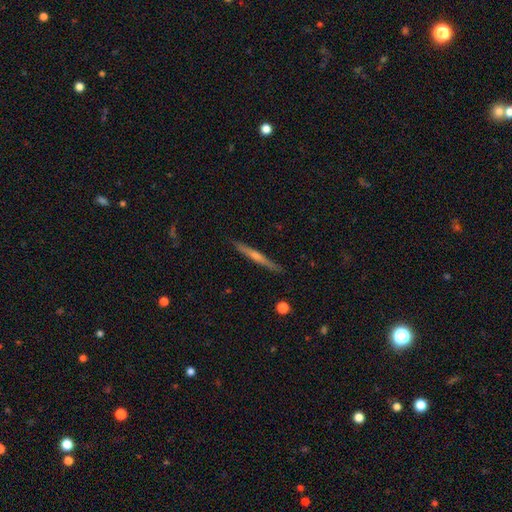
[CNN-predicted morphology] Q: Smooth or featured?
A: featured or disk (65%); runner-up: smooth (29%)
Q: Edge-on disk?
A: yes (98%); runner-up: no (2%)
Q: Edge-on bulge?
A: rounded (61%); runner-up: none (31%)
Q: Merging?
A: none (91%); runner-up: minor disturbance (7%)